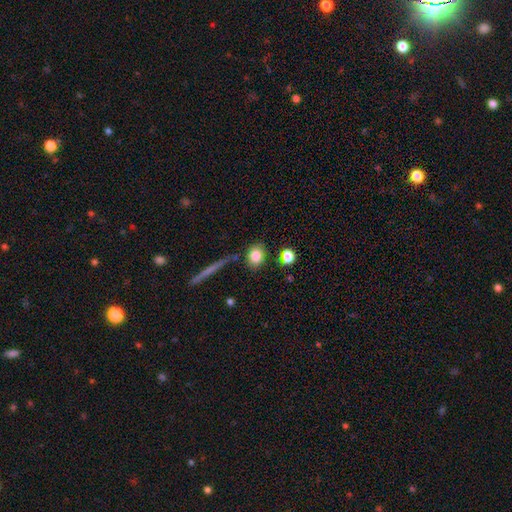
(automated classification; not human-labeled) Smooth or featured: smooth — 82% (star or artifact — 9%)
How rounded: round — 51% (in between — 46%)
Merging: none — 76% (minor disturbance — 12%)